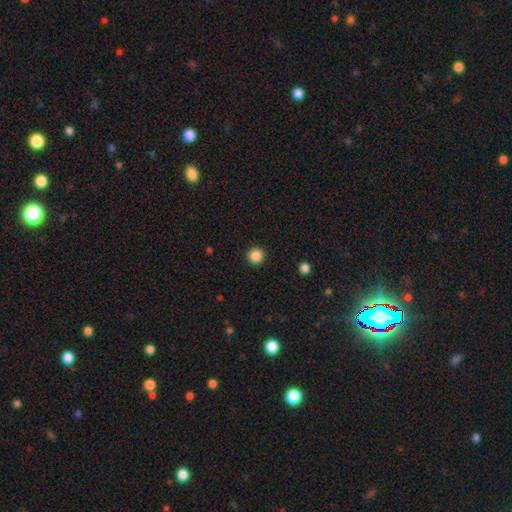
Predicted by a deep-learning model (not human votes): smooth_or_featured: smooth (p=0.86) [alt: star or artifact p=0.11]
how_rounded: round (p=0.95) [alt: in between p=0.04]
merging: none (p=0.92) [alt: minor disturbance p=0.05]